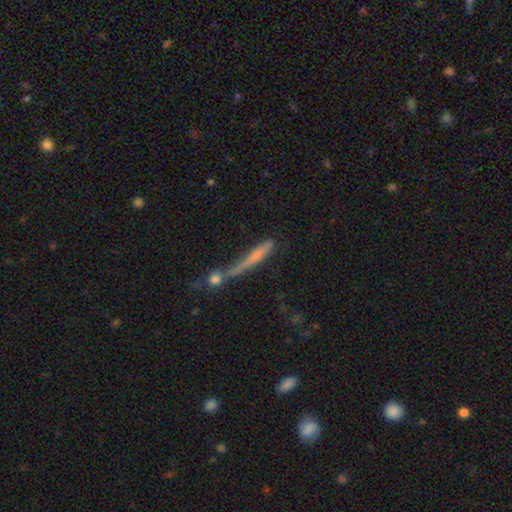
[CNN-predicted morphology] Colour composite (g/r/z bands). It shows a smooth galaxy with no disk features (54%) that is cigar-shaped (88%). Merging: none (37%).